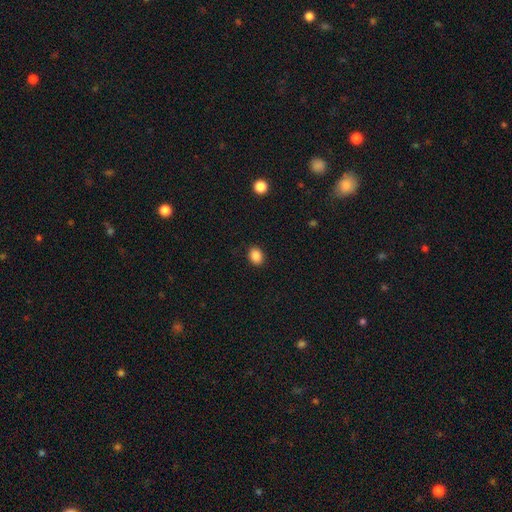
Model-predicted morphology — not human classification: This appears to be a smooth galaxy with no disk features (87%) that is in between round and cigar-shaped (56%). Merging: none (90%).